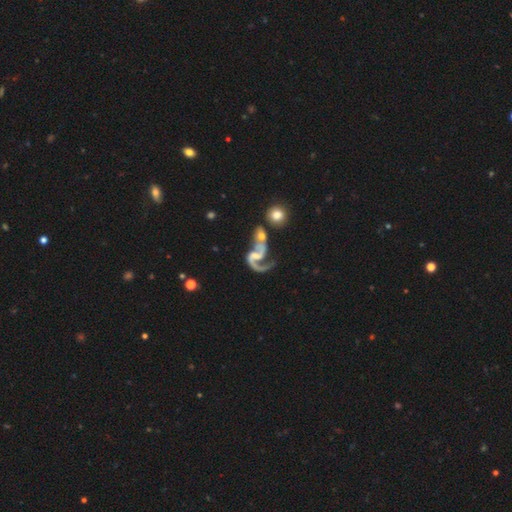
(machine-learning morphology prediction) Smooth or featured: featured or disk — 89% (smooth — 6%)
Edge-on disk: no — 98% (yes — 2%)
Bar: weak — 43% (no — 40%)
Spiral arms: yes — 95% (no — 5%)
Spiral winding: loose — 59% (medium — 34%)
Spiral arm count: 2 — 70% (1 — 25%)
Bulge size: small — 40% (moderate — 30%)
Merging: merger — 39% (major disturbance — 24%)